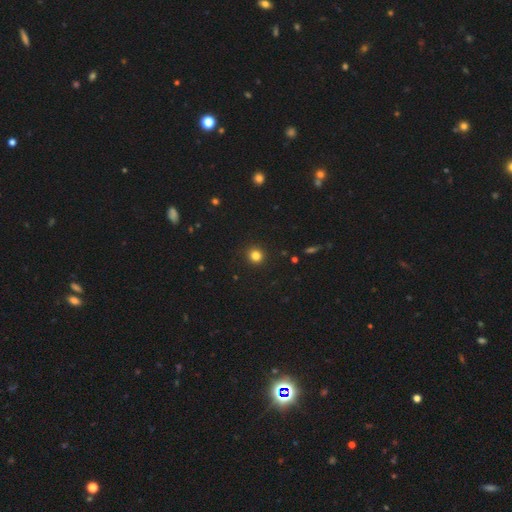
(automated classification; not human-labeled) Smooth or featured? smooth (82%)
How rounded? round (92%)
Merging? none (92%)